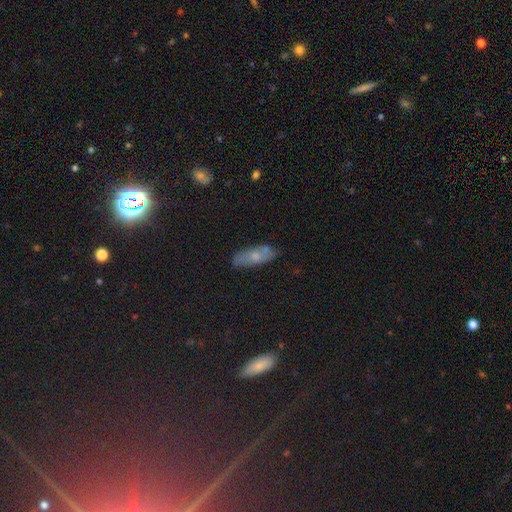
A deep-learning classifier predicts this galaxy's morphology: This appears to be a smooth galaxy with no disk features (58%) that is in between round and cigar-shaped (66%). Merging: none (76%).